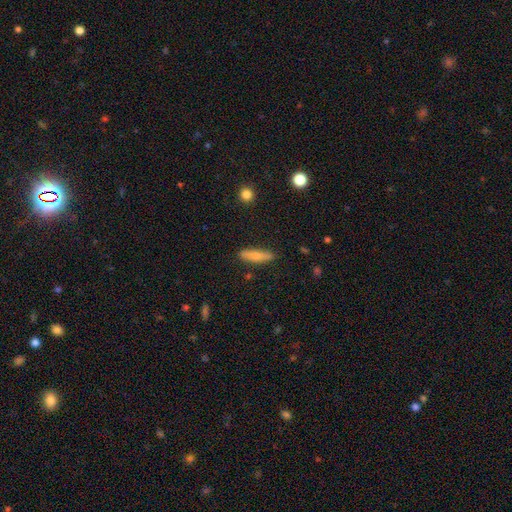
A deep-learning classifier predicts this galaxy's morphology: Smooth or featured? Predicted: smooth (p=0.77). How rounded? Predicted: cigar-shaped (p=0.72). Merging? Predicted: none (p=0.85).